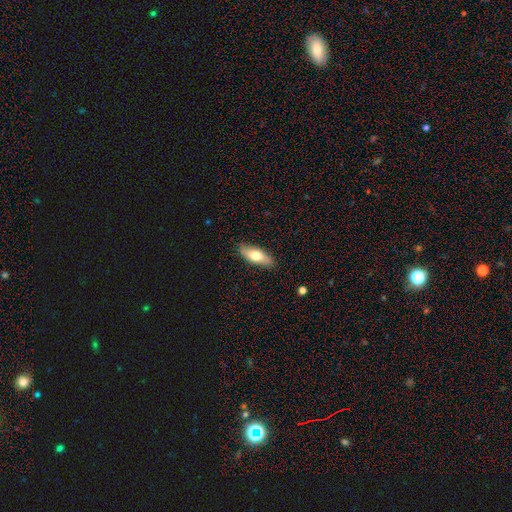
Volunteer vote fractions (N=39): This appears to be a smooth galaxy with no disk features (77%) that is in between round and cigar-shaped (77%). Merging: none (87%).